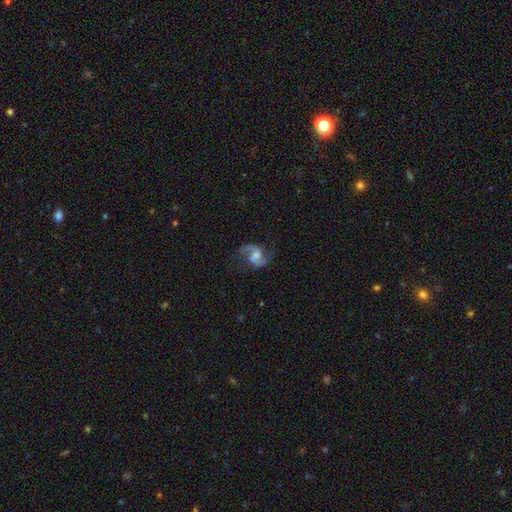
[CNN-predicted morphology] featured or disk 87%, smooth 7%, star or artifact 6%. Down the decision tree: edge-on disk — no (98%); bar — weak (51%); spiral arms — yes (97%); spiral arm count — 2 (93%); spiral winding — loose (54%); bulge size — moderate (37%); merging — none (74%).